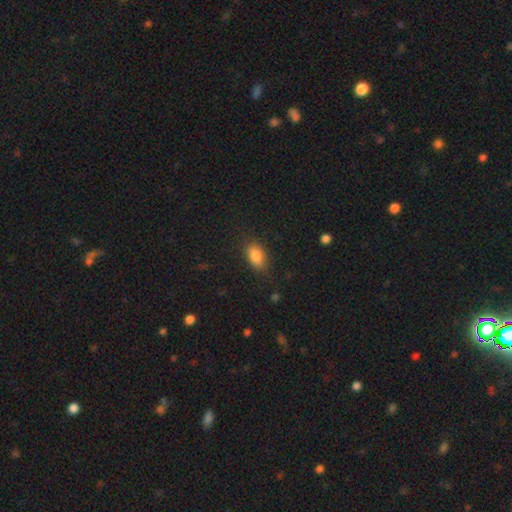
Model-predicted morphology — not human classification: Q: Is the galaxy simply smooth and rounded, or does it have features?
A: smooth — 85%.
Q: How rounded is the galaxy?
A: in between — 87%.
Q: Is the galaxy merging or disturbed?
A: none — 78%.